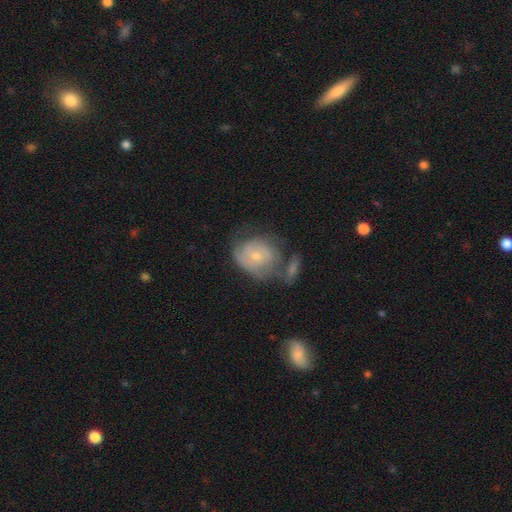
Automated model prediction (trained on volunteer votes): Smooth or featured: featured or disk — 51% (smooth — 41%)
Edge-on disk: no — 96% (yes — 4%)
Merging: none — 33% (merger — 24%)